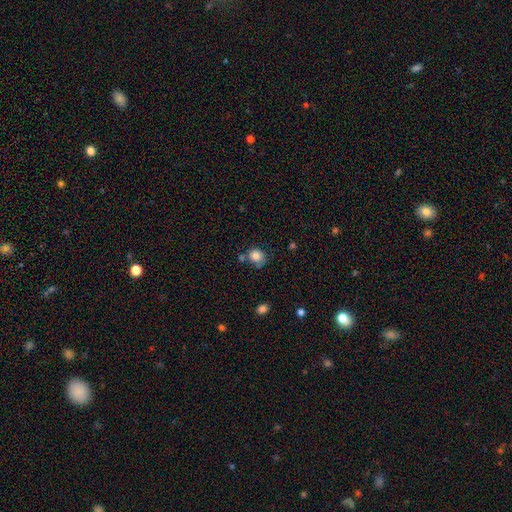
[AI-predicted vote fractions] smooth-or-featured: smooth: 83% | star or artifact: 10% | featured or disk: 7%
  how-rounded: round: 74% | in between: 25% | cigar-shaped: 1%
  merging: none: 56% | minor disturbance: 23% | merger: 14% | major disturbance: 7%